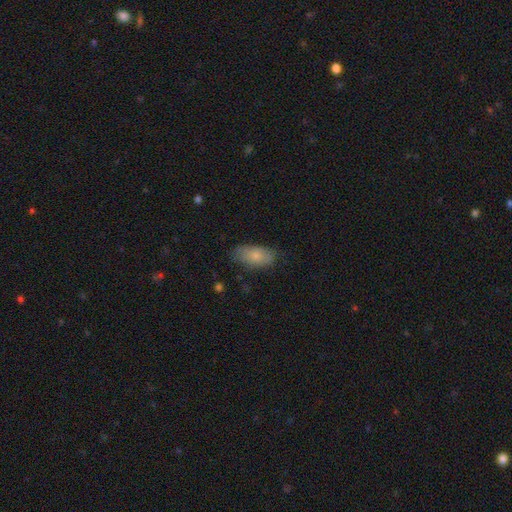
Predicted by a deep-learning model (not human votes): The model was most divided on "merging": none: 72%, minor disturbance: 22%, major disturbance: 5%, merger: 1%. More confident: how rounded — in between (90%); smooth or featured — smooth (76%).